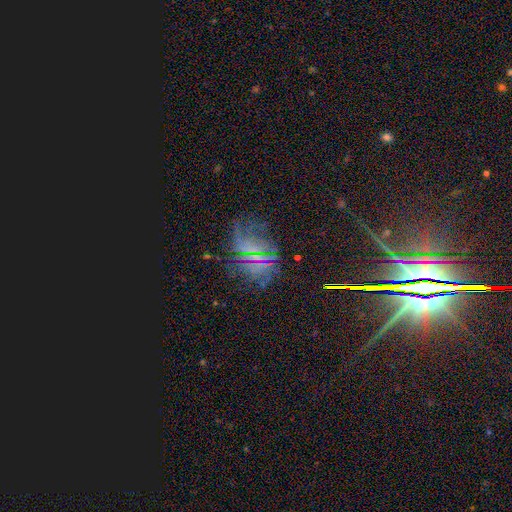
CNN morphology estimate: A featured or disk galaxy (53%).

Vote fractions:
- Smooth or featured? featured or disk: 53% / star or artifact: 35% / smooth: 12%
- Edge-on disk? no: 92% / yes: 8%
- Merging? none: 60% / major disturbance: 19% / minor disturbance: 18% / merger: 3%